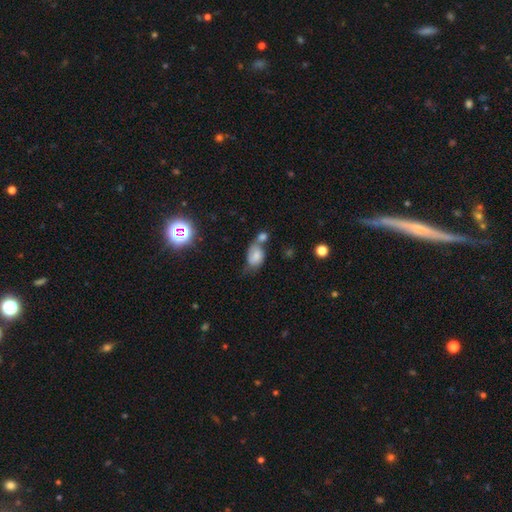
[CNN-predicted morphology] A smooth galaxy with no disk features (69%) that is in between round and cigar-shaped (82%). Merging: merger (42%).